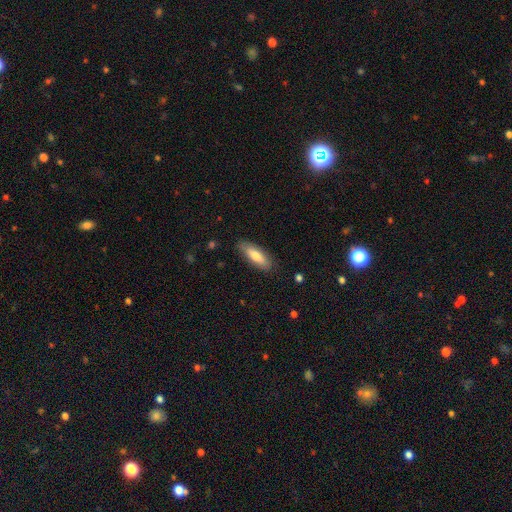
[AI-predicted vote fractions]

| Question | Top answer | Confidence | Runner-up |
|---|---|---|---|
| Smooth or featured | smooth | 74% | featured or disk (20%) |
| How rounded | in between | 54% | cigar-shaped (44%) |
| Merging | none | 86% | minor disturbance (11%) |